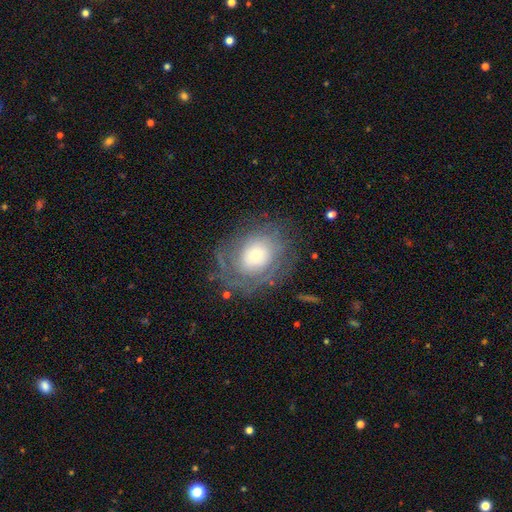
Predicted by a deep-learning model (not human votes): The model was most divided on "bulge size": small: 36%, moderate: 29%, large: 26%, dominant: 7%, none: 2%. More confident: edge-on disk — no (96%); bar — no (83%); spiral arms — yes (70%); merging — none (66%); smooth or featured — featured or disk (56%).